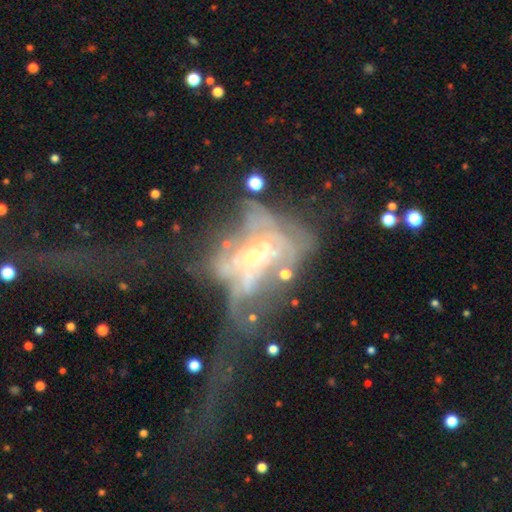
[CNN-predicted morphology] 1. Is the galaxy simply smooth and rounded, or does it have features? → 66% featured or disk, 18% smooth, 16% star or artifact.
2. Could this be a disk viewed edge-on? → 91% no, 9% yes.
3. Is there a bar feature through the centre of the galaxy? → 78% no, 15% weak, 7% strong.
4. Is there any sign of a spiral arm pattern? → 71% no, 29% yes.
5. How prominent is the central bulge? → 52% small, 35% moderate, 7% none, 4% large, 2% dominant.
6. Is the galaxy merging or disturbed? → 54% major disturbance, 23% merger, 14% none, 10% minor disturbance.